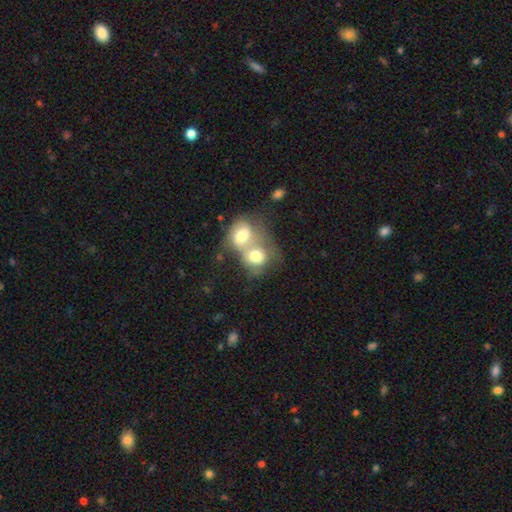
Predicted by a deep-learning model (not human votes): smooth_or_featured: smooth (p=0.66) [alt: featured or disk p=0.26]
how_rounded: round (p=0.59) [alt: in between p=0.40]
merging: merger (p=0.78) [alt: none p=0.12]